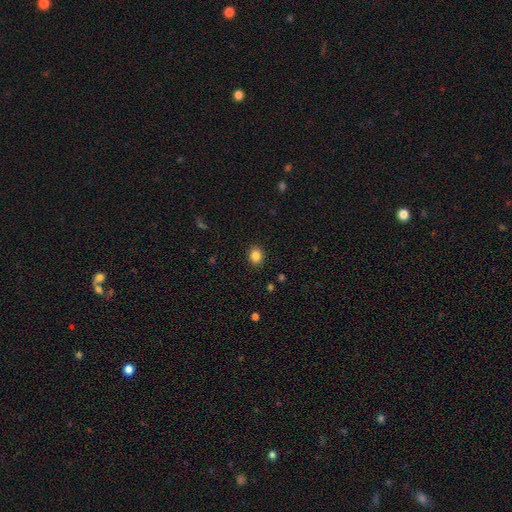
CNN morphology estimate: The model was most divided on "how rounded": round: 62%, in between: 37%, cigar-shaped: 1%. More confident: merging — none (90%); smooth or featured — smooth (85%).